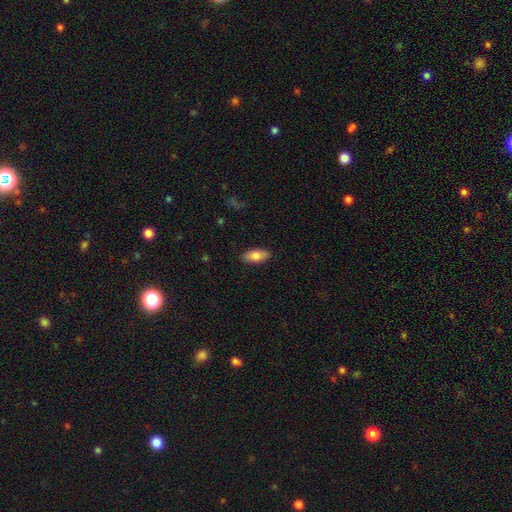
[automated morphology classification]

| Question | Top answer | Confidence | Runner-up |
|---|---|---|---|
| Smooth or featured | smooth | 82% | featured or disk (11%) |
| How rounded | in between | 85% | cigar-shaped (12%) |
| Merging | none | 89% | minor disturbance (8%) |